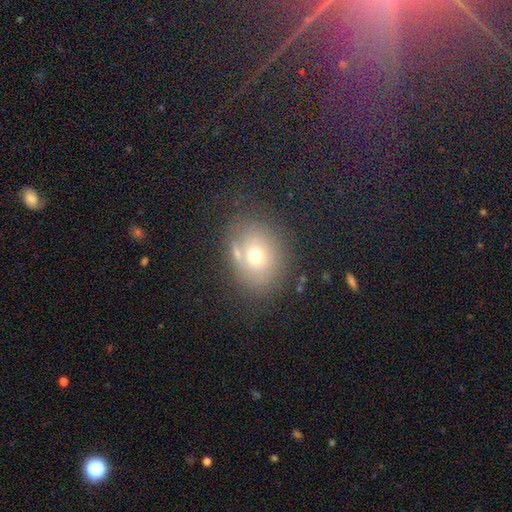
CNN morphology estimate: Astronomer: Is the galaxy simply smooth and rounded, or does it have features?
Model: smooth — 65%.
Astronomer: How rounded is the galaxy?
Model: round — 58% (runner-up: in between, 41%).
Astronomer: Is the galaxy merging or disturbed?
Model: none — 71%.